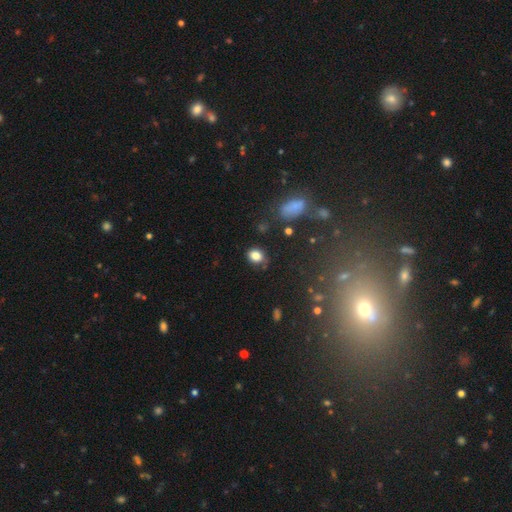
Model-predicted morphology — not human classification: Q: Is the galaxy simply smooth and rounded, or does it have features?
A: smooth — 83%.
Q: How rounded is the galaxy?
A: round — 53%.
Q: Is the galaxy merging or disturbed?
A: none — 75%.